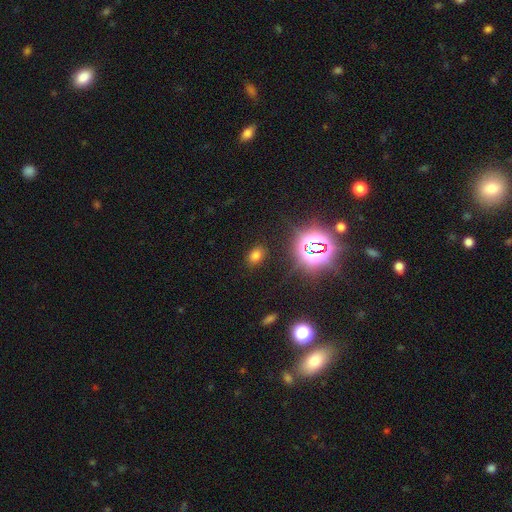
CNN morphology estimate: Overall: smooth (64%; star or artifact 28%). How rounded: in between (72%). Merging: none (85%).